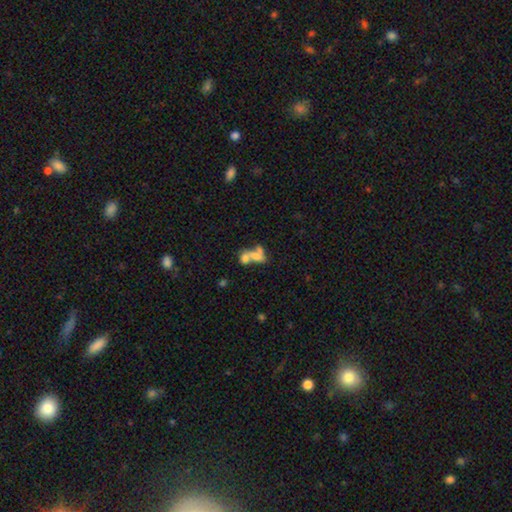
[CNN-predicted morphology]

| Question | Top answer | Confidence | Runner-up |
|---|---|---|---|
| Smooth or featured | smooth | 58% | featured or disk (30%) |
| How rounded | in between | 76% | round (16%) |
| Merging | merger | 68% | none (17%) |